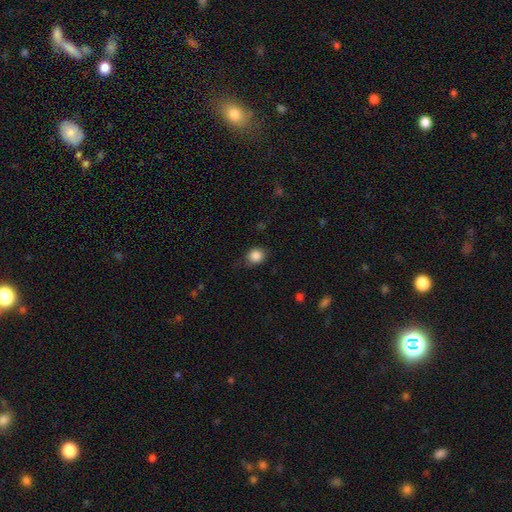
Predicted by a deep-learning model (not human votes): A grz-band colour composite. It shows a smooth galaxy with no disk features (86%) that is round (77%). Merging: none (73%).